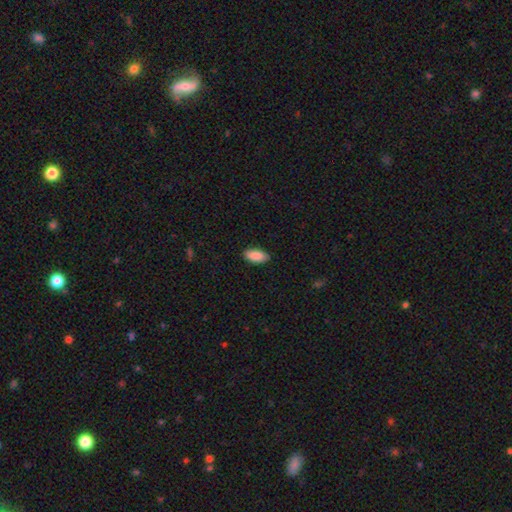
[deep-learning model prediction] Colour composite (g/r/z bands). It shows a smooth galaxy with no disk features (90%) that is in between round and cigar-shaped (90%). Merging: none (88%).